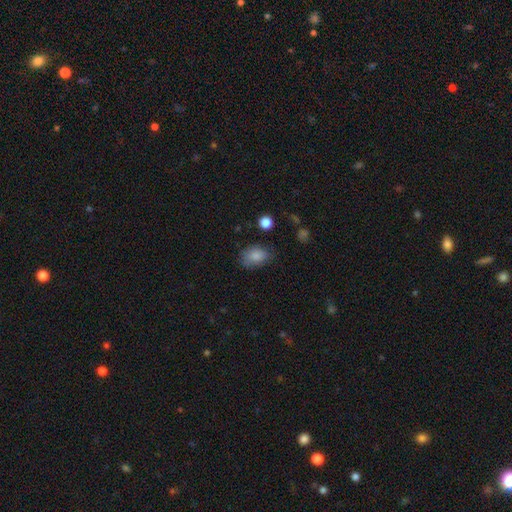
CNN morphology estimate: Overall: smooth (84%). How rounded: in between (80%). Merging: none (66%).